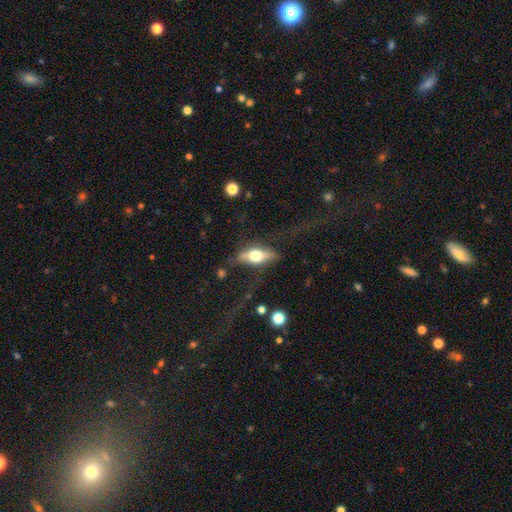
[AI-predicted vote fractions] smooth_or_featured: smooth (p=0.48) [alt: featured or disk p=0.46]
merging: none (p=0.64) [alt: minor disturbance p=0.18]